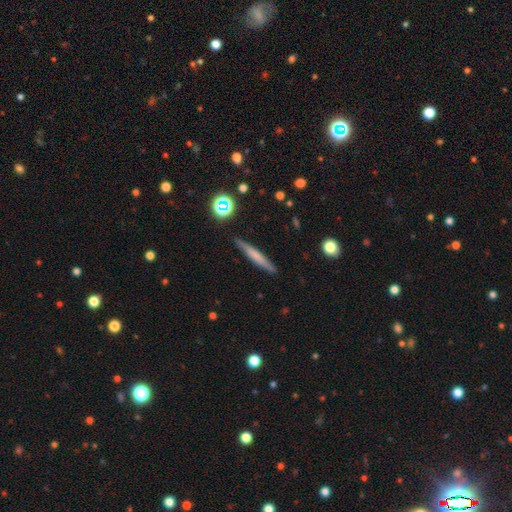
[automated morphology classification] A smooth galaxy with no disk features (58%) that is cigar-shaped (93%). Merging: none (89%).